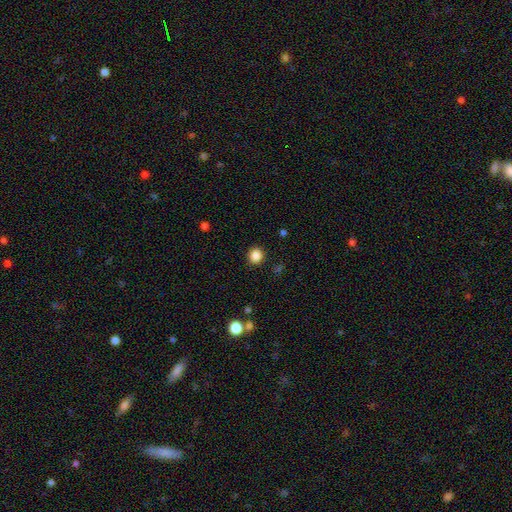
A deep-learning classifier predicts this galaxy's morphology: Overall: smooth (86%). How rounded: round (91%). Merging: none (91%).